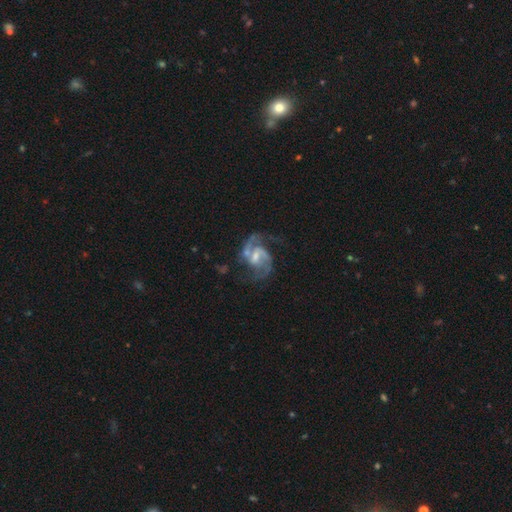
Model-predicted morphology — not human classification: featured or disk 89%, smooth 6%, star or artifact 5%. Down the decision tree: edge-on disk — no (98%); bar — weak (57%); spiral arms — yes (96%); spiral arm count — 2 (86%); spiral winding — medium (58%); bulge size — moderate (43%); merging — none (53%).